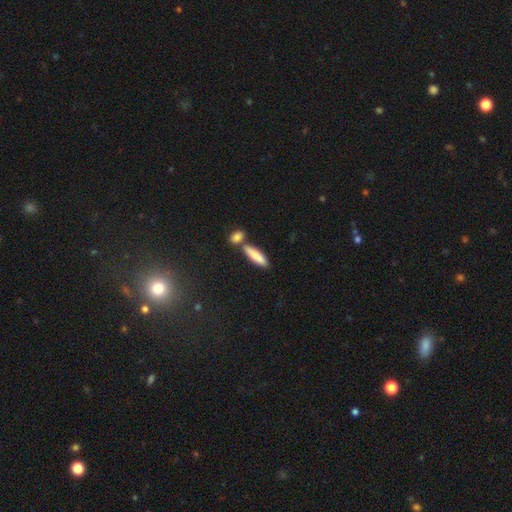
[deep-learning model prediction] Overall: smooth (83%). How rounded: cigar-shaped (67%; in between 31%). Merging: none (65%).